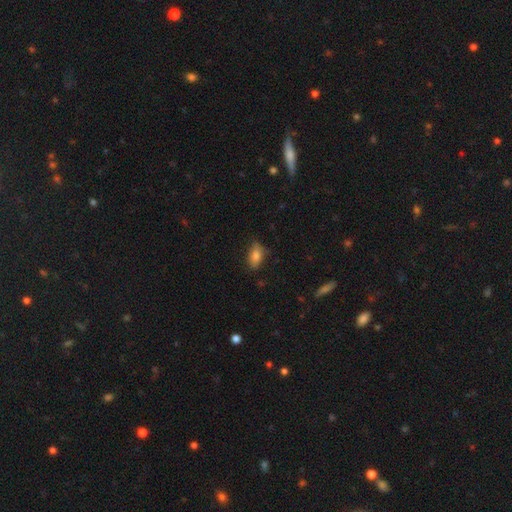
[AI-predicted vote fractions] Smooth or featured? Predicted: smooth (p=0.83). How rounded? Predicted: in between (p=0.89). Merging? Predicted: none (p=0.74).